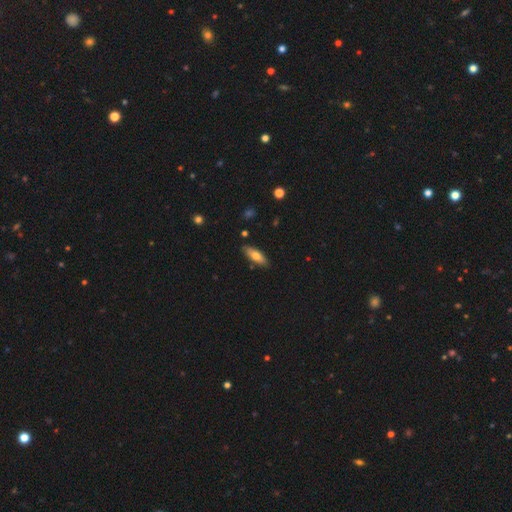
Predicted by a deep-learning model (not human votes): Morphology: type=smooth (70%); roundness=in between (62%); merging=none (85%).